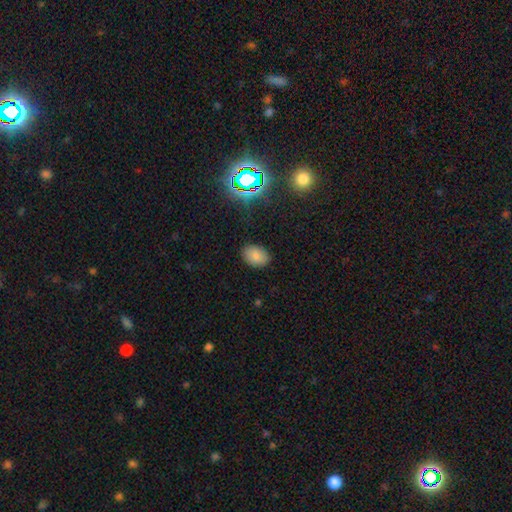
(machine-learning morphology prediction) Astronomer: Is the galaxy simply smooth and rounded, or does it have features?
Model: smooth — 80%.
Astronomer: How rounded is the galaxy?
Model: in between — 83%.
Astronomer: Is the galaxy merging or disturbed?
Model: none — 87%.